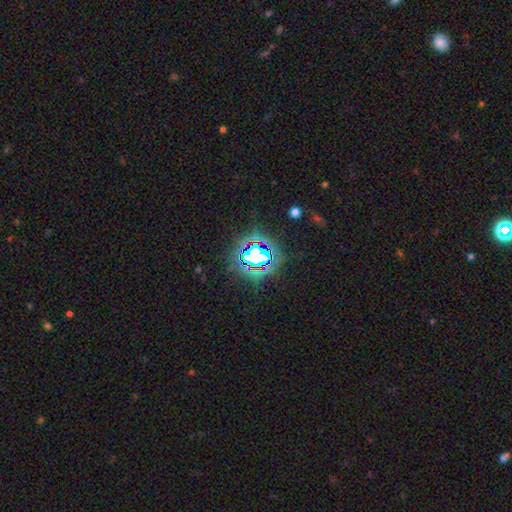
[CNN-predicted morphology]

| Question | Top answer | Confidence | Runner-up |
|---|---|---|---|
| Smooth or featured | star or artifact | 73% | smooth (16%) |